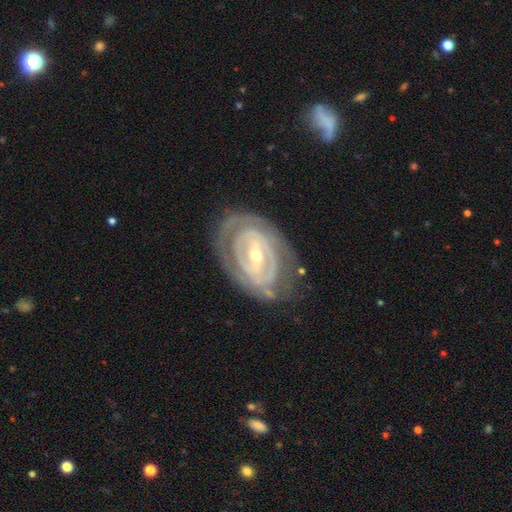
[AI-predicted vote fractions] Smooth or featured?
  - featured or disk: 86% *
  - smooth: 10%
  - star or artifact: 5%
Edge-on disk?
  - no: 96% *
  - yes: 4%
Bar?
  - weak: 40% *
  - strong: 34%
  - no: 26%
Spiral arms?
  - yes: 82% *
  - no: 18%
Spiral winding?
  - tight: 76% *
  - medium: 18%
  - loose: 6%
Spiral arm count?
  - 2: 40% *
  - can't tell: 35%
  - 3: 11%
  - 1: 6%
  - 4: 5%
  - more than 4: 3%
Bulge size?
  - small: 55% *
  - moderate: 42%
  - large: 2%
  - none: 1%
  - dominant: 1%
Merging?
  - none: 73% *
  - minor disturbance: 17%
  - major disturbance: 9%
  - merger: 2%